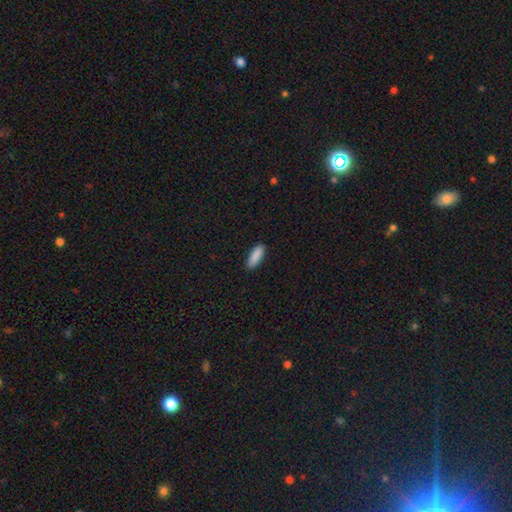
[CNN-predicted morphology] This appears to be a smooth galaxy with no disk features (90%) that is in between round and cigar-shaped (57%). Merging: none (89%).